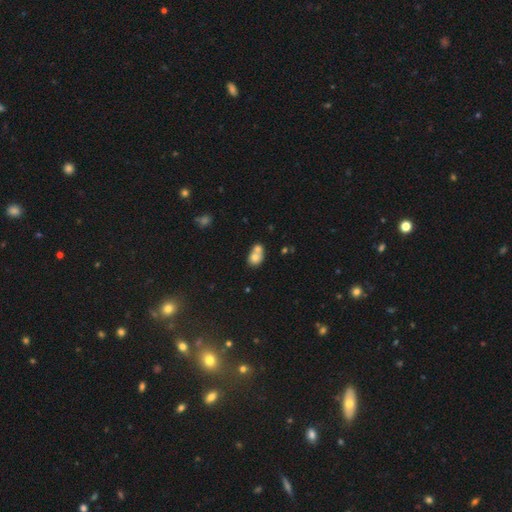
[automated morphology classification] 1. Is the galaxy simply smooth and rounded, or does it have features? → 71% smooth, 19% featured or disk, 10% star or artifact.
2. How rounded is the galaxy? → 58% round, 40% in between, 1% cigar-shaped.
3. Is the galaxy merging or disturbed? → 65% merger, 25% none, 7% minor disturbance, 3% major disturbance.